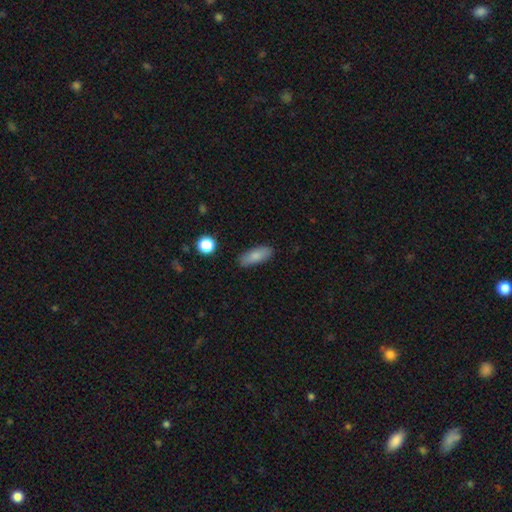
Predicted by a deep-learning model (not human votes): smooth_or_featured: smooth (p=0.82) [alt: featured or disk p=0.11]
how_rounded: in between (p=0.72) [alt: cigar-shaped p=0.24]
merging: none (p=0.84) [alt: minor disturbance p=0.12]